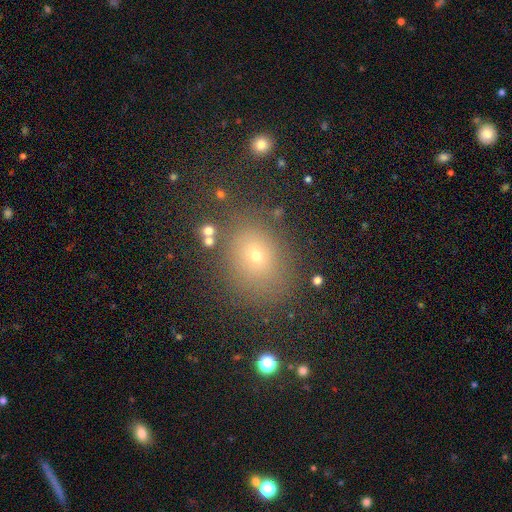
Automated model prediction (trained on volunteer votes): A smooth galaxy with no disk features (62%) that is round (53%). Merging: none (80%).